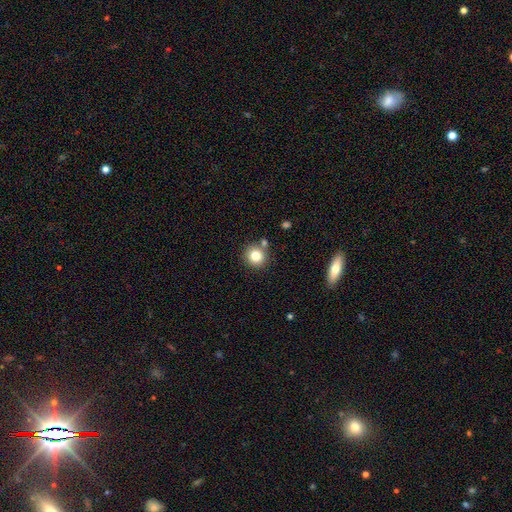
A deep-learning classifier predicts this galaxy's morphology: Smooth or featured?
  - smooth: 81% *
  - star or artifact: 11%
  - featured or disk: 7%
How rounded?
  - round: 90% *
  - in between: 9%
  - cigar-shaped: 1%
Merging?
  - none: 78% *
  - merger: 9%
  - minor disturbance: 9%
  - major disturbance: 3%